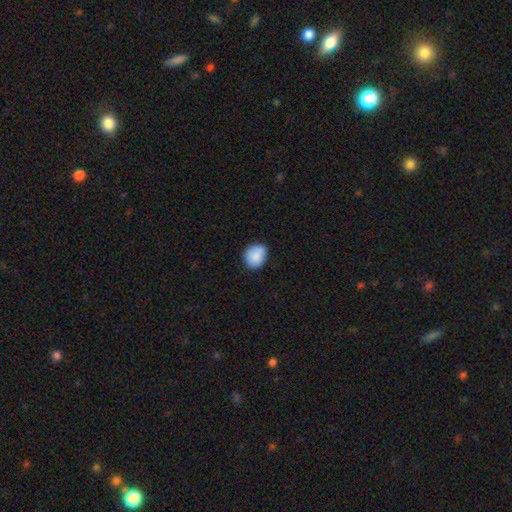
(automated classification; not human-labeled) Smooth or featured? smooth (86%)
How rounded? round (58%)
Merging? none (79%)